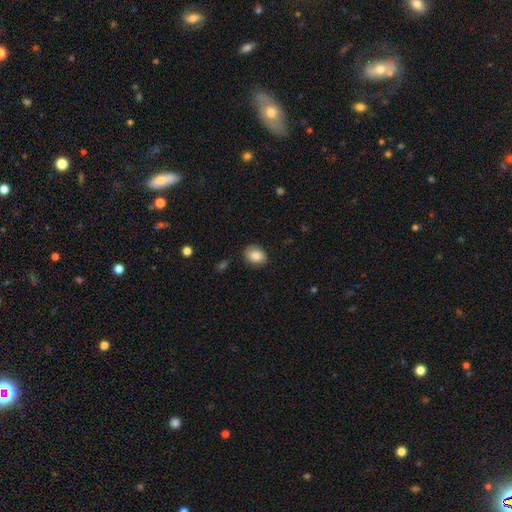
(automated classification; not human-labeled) smooth_or_featured: smooth (p=0.84) [alt: featured or disk p=0.08]
how_rounded: in between (p=0.54) [alt: round p=0.45]
merging: none (p=0.83) [alt: minor disturbance p=0.13]